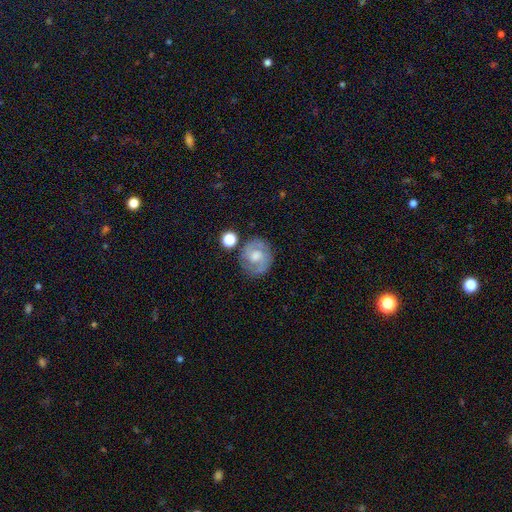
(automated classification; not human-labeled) Q: Smooth or featured?
A: featured or disk (66%); runner-up: smooth (26%)
Q: Edge-on disk?
A: no (97%); runner-up: yes (3%)
Q: Bar?
A: no (55%); runner-up: weak (37%)
Q: Spiral arms?
A: yes (86%); runner-up: no (14%)
Q: Spiral winding?
A: tight (47%); runner-up: medium (41%)
Q: Spiral arm count?
A: 2 (75%); runner-up: can't tell (14%)
Q: Bulge size?
A: moderate (56%); runner-up: small (21%)
Q: Merging?
A: none (75%); runner-up: minor disturbance (15%)